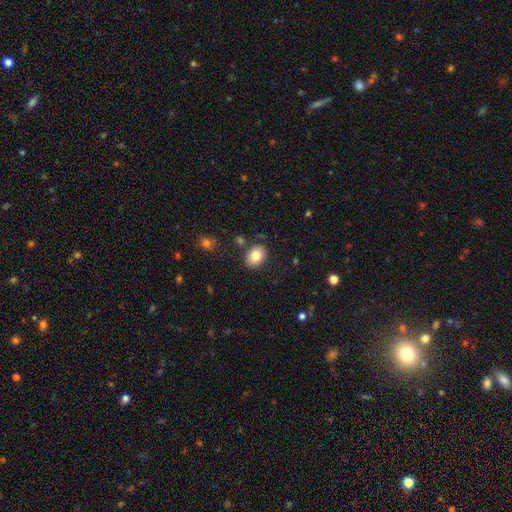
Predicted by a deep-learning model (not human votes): Q: Smooth or featured?
A: smooth (82%); runner-up: featured or disk (10%)
Q: How rounded?
A: in between (71%); runner-up: round (28%)
Q: Merging?
A: none (85%); runner-up: minor disturbance (9%)